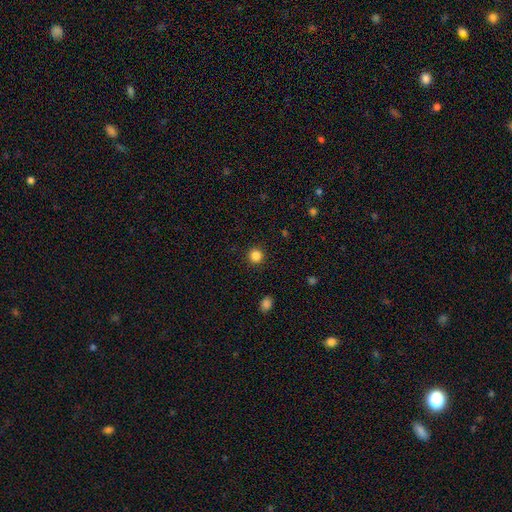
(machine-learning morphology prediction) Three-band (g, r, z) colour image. It shows a smooth galaxy with no disk features (85%) that is round (95%). Merging: none (92%).